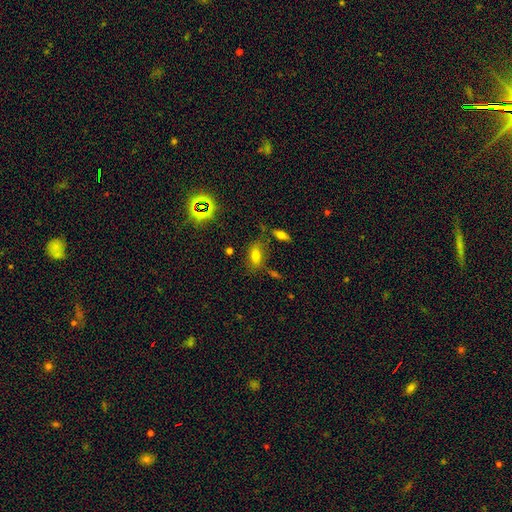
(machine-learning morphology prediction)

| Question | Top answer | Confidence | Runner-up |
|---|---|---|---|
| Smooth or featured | smooth | 68% | featured or disk (17%) |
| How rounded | in between | 83% | round (11%) |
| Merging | none | 69% | minor disturbance (17%) |